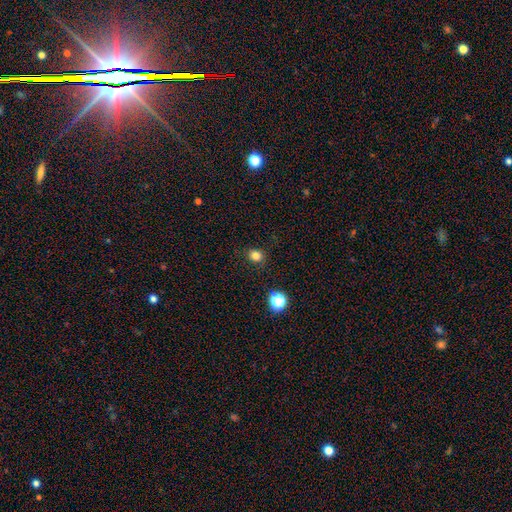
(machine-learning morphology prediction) smooth-or-featured: smooth: 81% | star or artifact: 14% | featured or disk: 5%
  how-rounded: round: 73% | in between: 26% | cigar-shaped: 1%
  merging: none: 87% | minor disturbance: 9% | major disturbance: 3% | merger: 1%